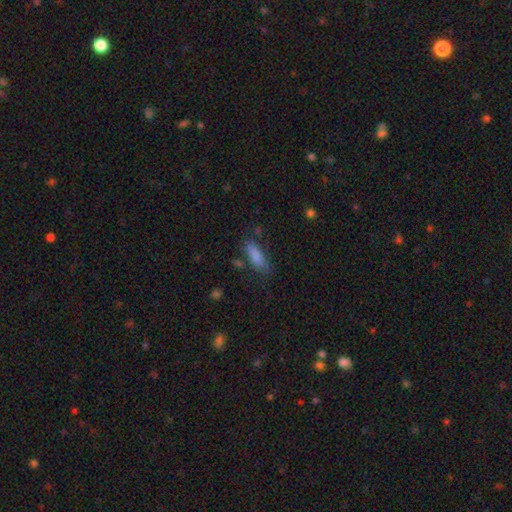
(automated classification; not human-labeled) A smooth galaxy with no disk features (84%) that is in between round and cigar-shaped (58%).

Vote fractions:
- Smooth or featured? smooth: 84% / star or artifact: 8% / featured or disk: 8%
- How rounded? in between: 58% / cigar-shaped: 40% / round: 2%
- Merging? none: 65% / minor disturbance: 22% / major disturbance: 8% / merger: 5%